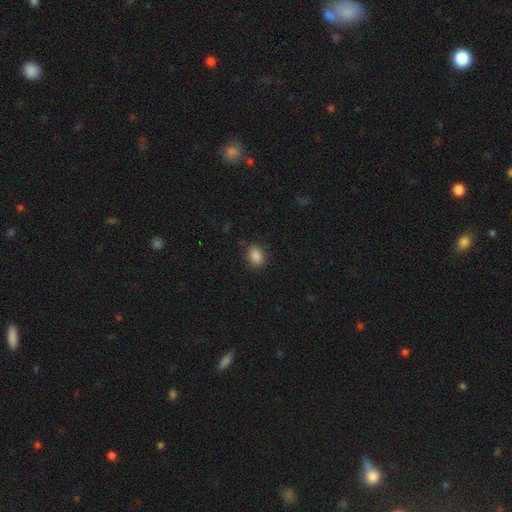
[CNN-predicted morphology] This appears to be a smooth galaxy with no disk features (87%) that is in between round and cigar-shaped (72%). Merging: none (87%).